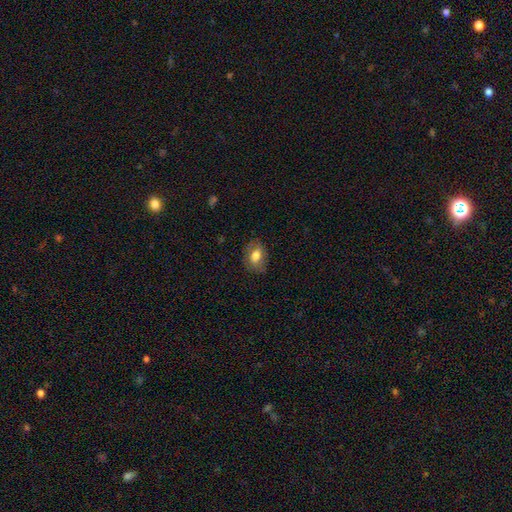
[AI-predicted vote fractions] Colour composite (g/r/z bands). It shows a smooth galaxy with no disk features (76%) that is in between round and cigar-shaped (79%). Merging: none (77%).